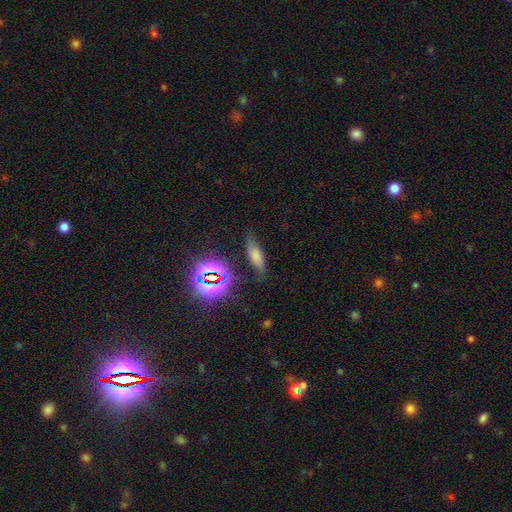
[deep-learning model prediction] A smooth galaxy with no disk features (64%) that is in between round and cigar-shaped (54%).

Vote fractions:
- Smooth or featured? smooth: 64% / star or artifact: 20% / featured or disk: 16%
- How rounded? in between: 54% / cigar-shaped: 41% / round: 4%
- Merging? none: 73% / minor disturbance: 18% / major disturbance: 6% / merger: 3%